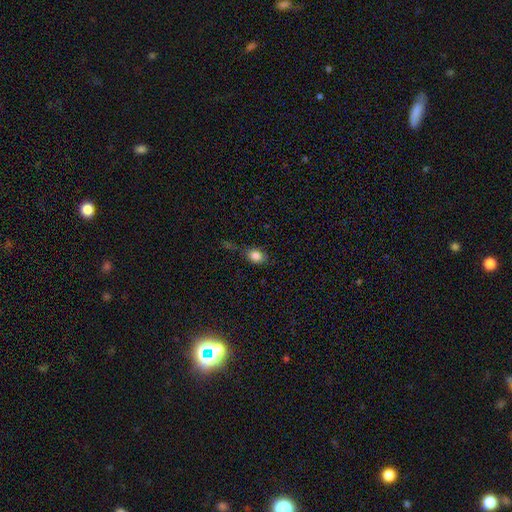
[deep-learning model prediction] Smooth or featured? smooth (82%)
How rounded? in between (68%)
Merging? none (61%)